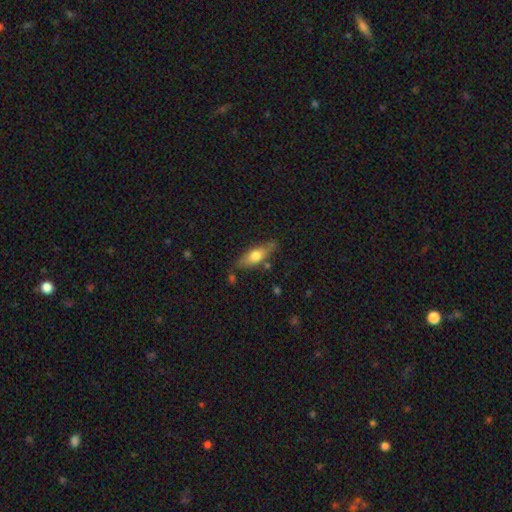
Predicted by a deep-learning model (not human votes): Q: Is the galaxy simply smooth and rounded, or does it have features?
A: smooth — 59%.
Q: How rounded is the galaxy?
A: in between — 54%.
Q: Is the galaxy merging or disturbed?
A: none — 74%.